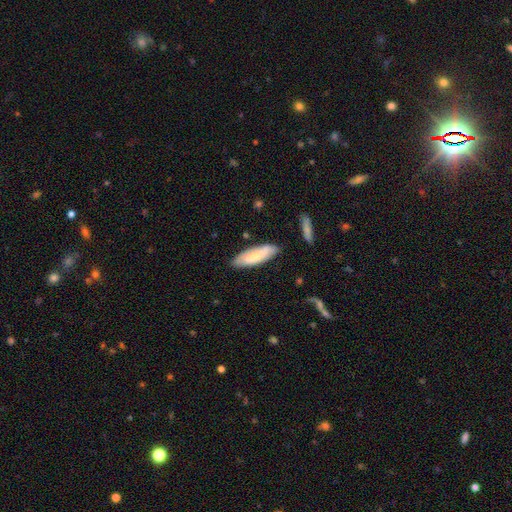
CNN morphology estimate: type=smooth (66%); roundness=in between (51%); merging=none (80%).